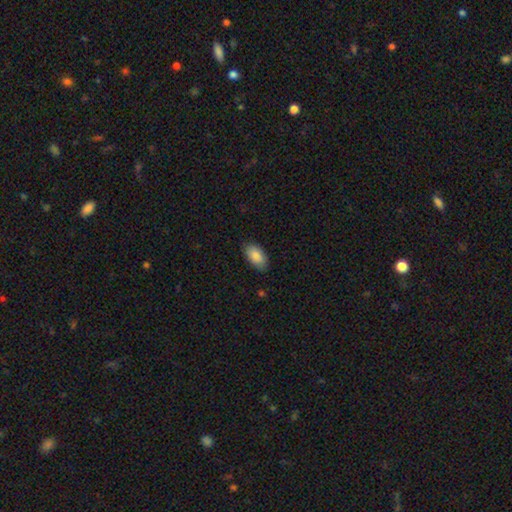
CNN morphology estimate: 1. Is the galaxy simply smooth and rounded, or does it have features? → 88% smooth, 6% star or artifact, 6% featured or disk.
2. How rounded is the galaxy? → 94% in between, 4% round, 2% cigar-shaped.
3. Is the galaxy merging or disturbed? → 83% none, 13% minor disturbance, 3% major disturbance, 1% merger.